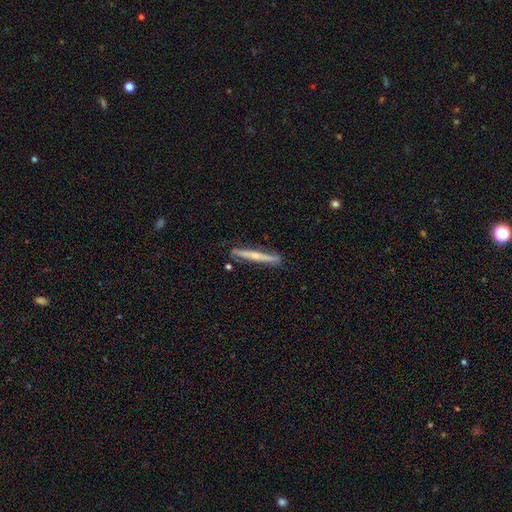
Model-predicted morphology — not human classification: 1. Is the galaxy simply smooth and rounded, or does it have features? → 60% featured or disk, 35% smooth, 6% star or artifact.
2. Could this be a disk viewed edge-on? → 96% yes, 4% no.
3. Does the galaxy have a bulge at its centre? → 71% rounded, 25% none, 4% boxy.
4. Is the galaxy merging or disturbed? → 86% none, 11% minor disturbance, 2% merger, 2% major disturbance.